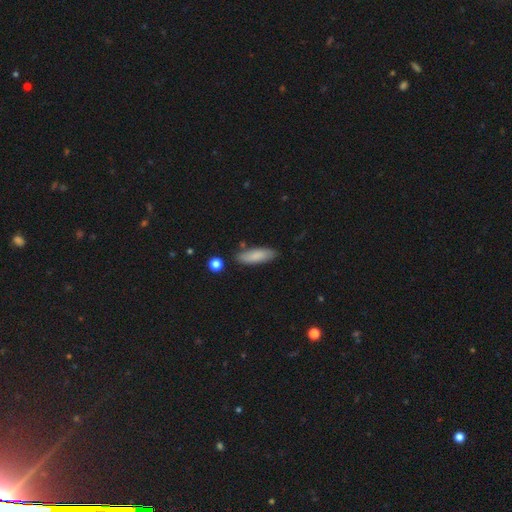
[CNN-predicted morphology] type=smooth (83%); roundness=in between (53%); merging=none (81%).